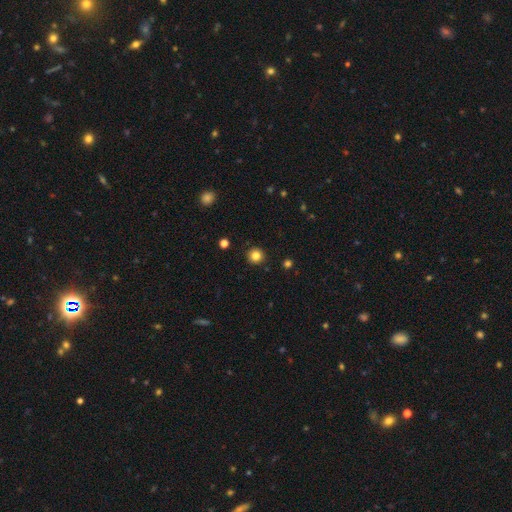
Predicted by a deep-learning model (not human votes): This is clearly a smooth galaxy (83%). How rounded: clearly round (95%). Merging: clearly none (92%).